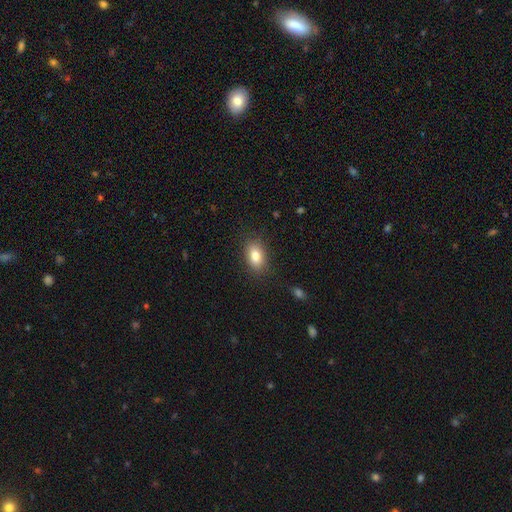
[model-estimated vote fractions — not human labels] Overall: smooth (83%). How rounded: in between (86%). Merging: none (85%).